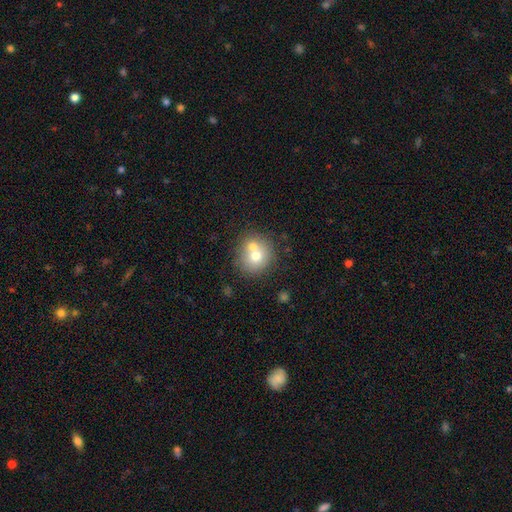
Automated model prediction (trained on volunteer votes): A smooth galaxy with no disk features (68%) that is round (85%).

Vote fractions:
- Smooth or featured? smooth: 68% / featured or disk: 21% / star or artifact: 11%
- How rounded? round: 85% / in between: 14% / cigar-shaped: 1%
- Merging? none: 49% / merger: 39% / minor disturbance: 9% / major disturbance: 3%